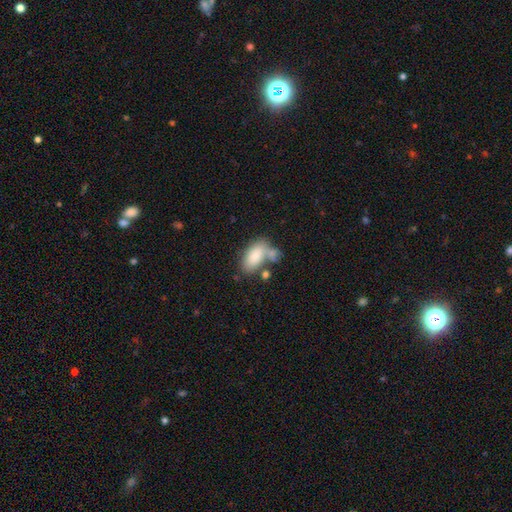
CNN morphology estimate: A smooth galaxy with no disk features (82%) that is in between round and cigar-shaped (92%).

Vote fractions:
- Smooth or featured? smooth: 82% / featured or disk: 11% / star or artifact: 7%
- How rounded? in between: 92% / cigar-shaped: 5% / round: 3%
- Merging? none: 43% / merger: 30% / minor disturbance: 18% / major disturbance: 9%